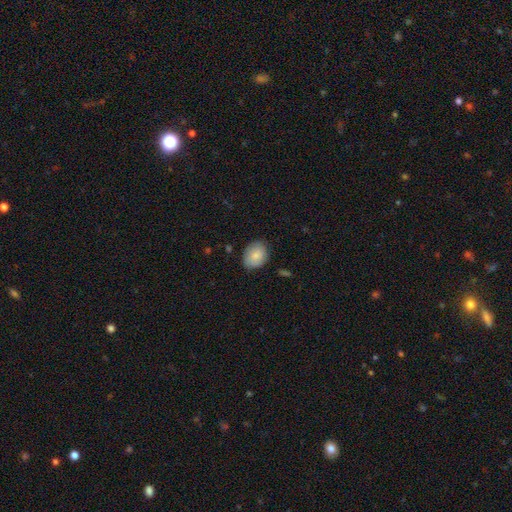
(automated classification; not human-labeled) This is clearly a smooth galaxy (84%). How rounded: likely in between (61%). Merging: clearly none (80%).